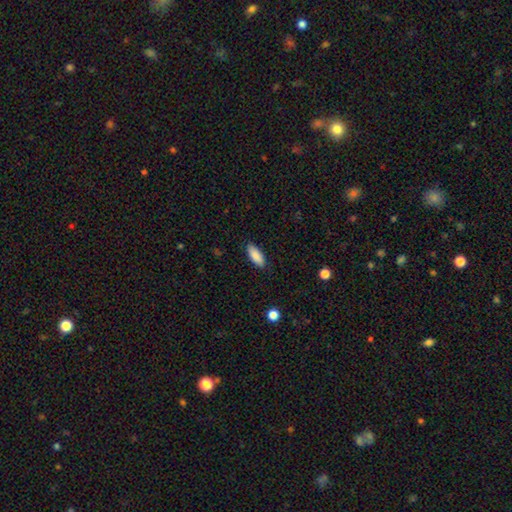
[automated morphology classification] Overall: smooth (88%). How rounded: in between (80%). Merging: none (87%).